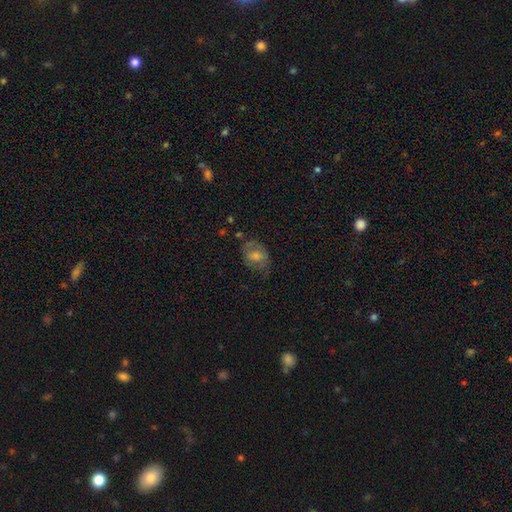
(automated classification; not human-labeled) Smooth or featured? featured or disk (45%)
Merging? none (65%)